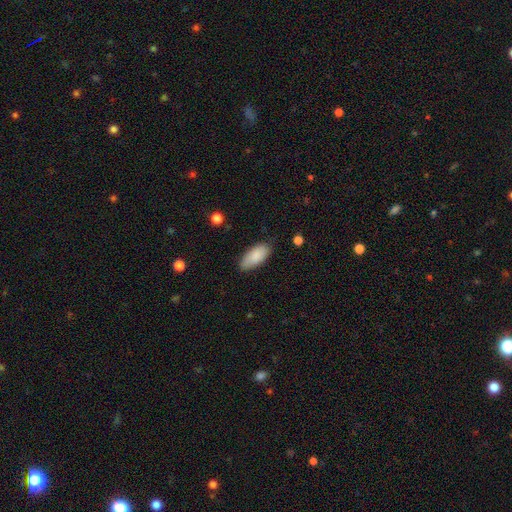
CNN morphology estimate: Overall: smooth (86%). How rounded: in between (89%). Merging: none (79%).